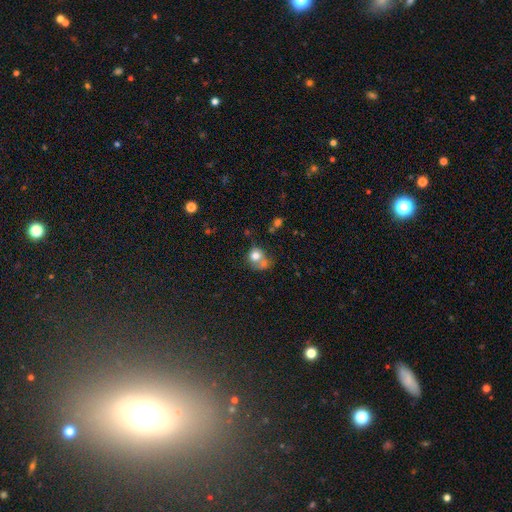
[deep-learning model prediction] Morphology: type=smooth (74%); roundness=round (73%); merging=merger (46%).